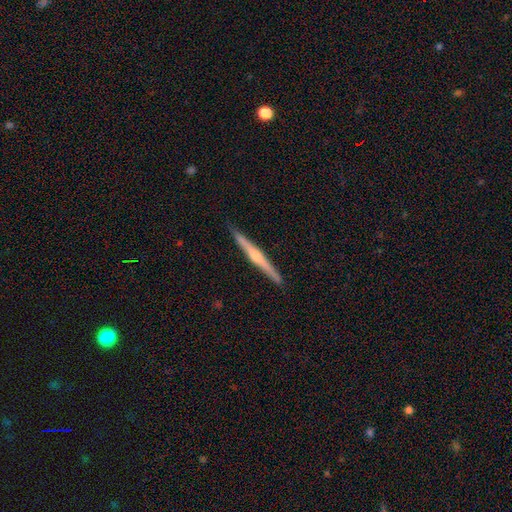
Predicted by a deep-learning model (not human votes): Morphology: type=featured or disk (70%); edge-on=yes (98%); edge-on bulge=rounded (78%); merging=none (91%).